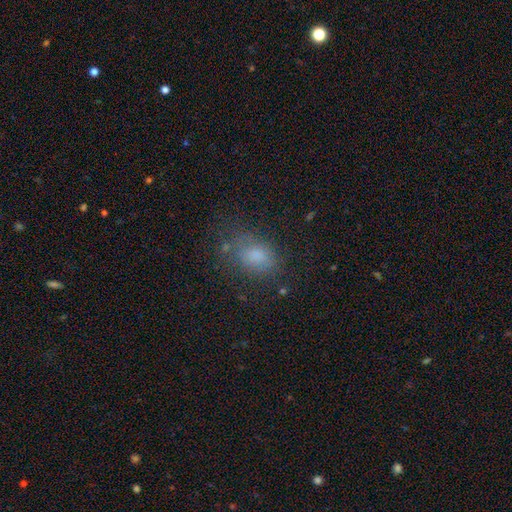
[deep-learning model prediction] smooth_or_featured: smooth (p=0.76) [alt: star or artifact p=0.13]
how_rounded: in between (p=0.73) [alt: round p=0.25]
merging: none (p=0.65) [alt: minor disturbance p=0.21]